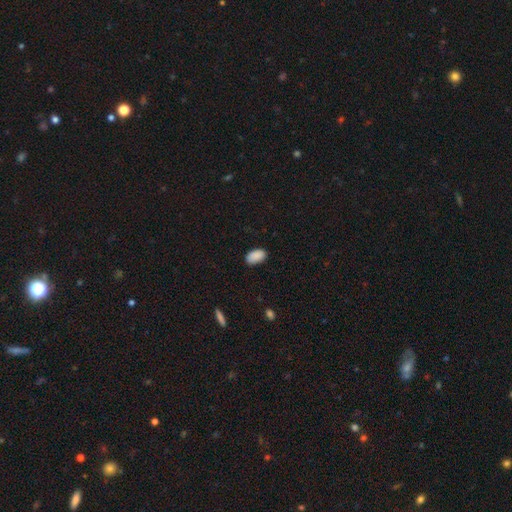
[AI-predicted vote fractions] The model was most divided on "merging": none: 84%, minor disturbance: 13%, major disturbance: 2%, merger: 1%. More confident: how rounded — in between (94%); smooth or featured — smooth (90%).